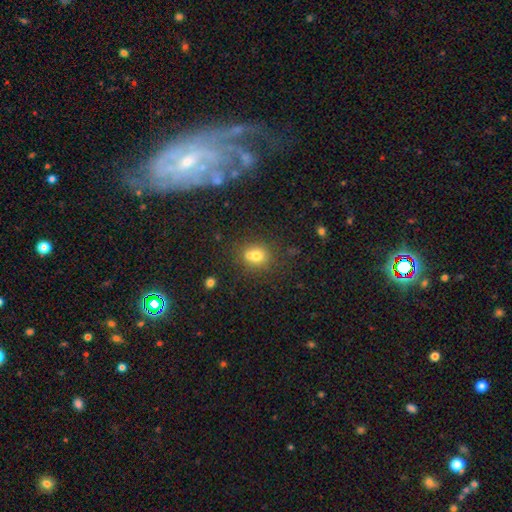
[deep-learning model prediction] smooth 69%, featured or disk 16%, star or artifact 15%. Down the decision tree: how rounded — round (75%); merging — none (47%).